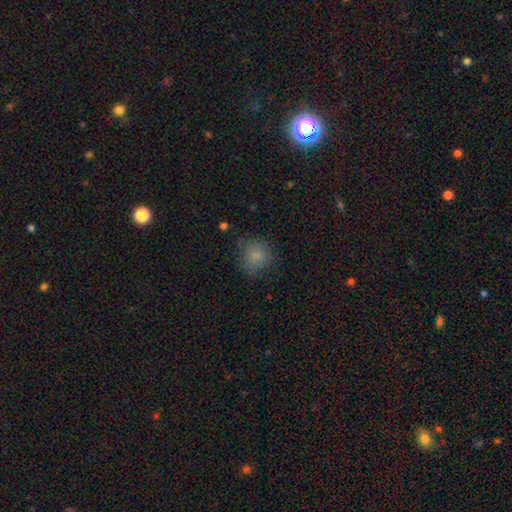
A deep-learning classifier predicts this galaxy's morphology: type=smooth (83%); roundness=round (90%); merging=none (79%).